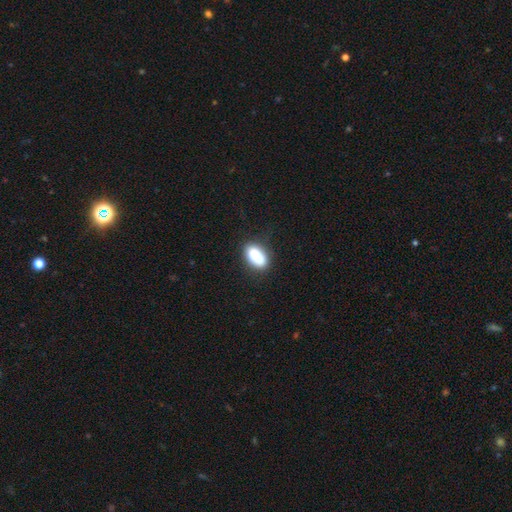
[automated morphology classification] This is likely a smooth galaxy (79%). How rounded: clearly in between (90%). Merging: likely none (67%).